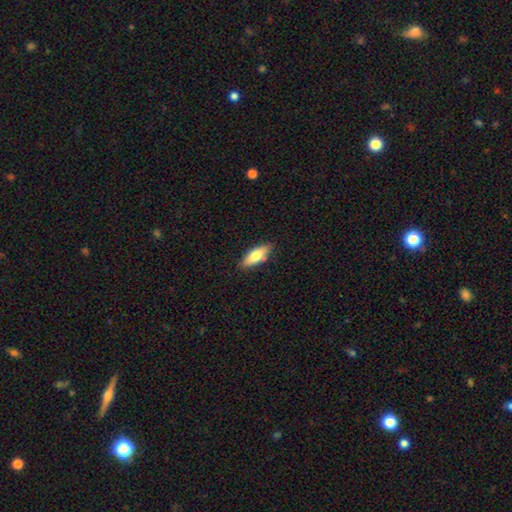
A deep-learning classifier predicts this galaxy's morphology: A smooth galaxy with no disk features (69%) that is in between round and cigar-shaped (64%). Merging: none (82%).